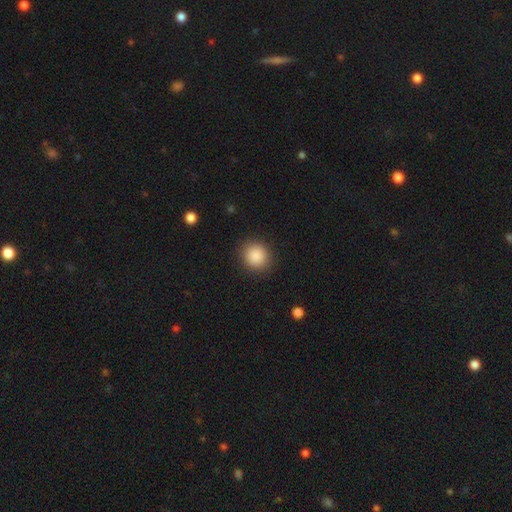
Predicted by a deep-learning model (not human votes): This is clearly a smooth galaxy (89%). How rounded: clearly round (87%). Merging: clearly none (90%).